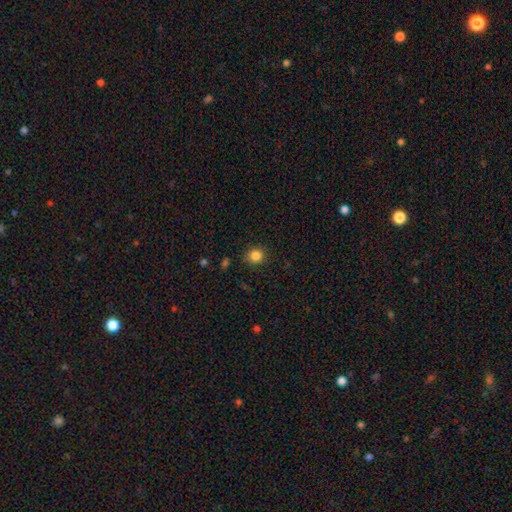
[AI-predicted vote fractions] The model was most divided on "smooth or featured": smooth: 85%, star or artifact: 11%, featured or disk: 4%. More confident: merging — none (88%); how rounded — round (88%).